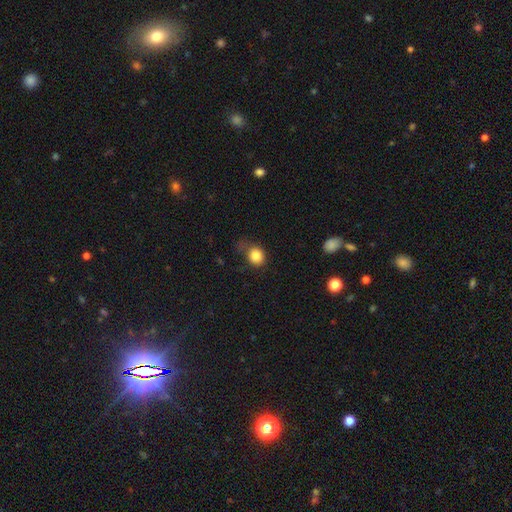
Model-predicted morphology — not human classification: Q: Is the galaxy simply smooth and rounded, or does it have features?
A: smooth — 84%.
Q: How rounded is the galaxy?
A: round — 75%.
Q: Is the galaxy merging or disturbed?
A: none — 53%.